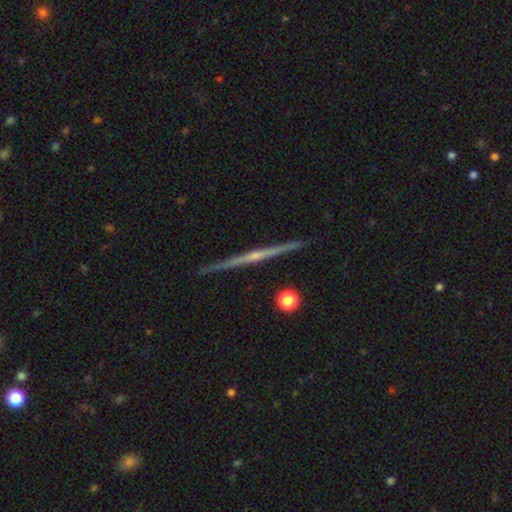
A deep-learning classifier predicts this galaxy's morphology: Smooth or featured? featured or disk (82%)
Edge-on disk? yes (99%)
Edge-on bulge? rounded (59%)
Merging? none (93%)